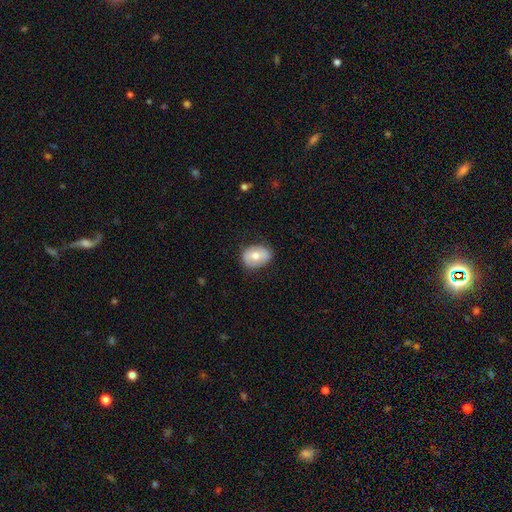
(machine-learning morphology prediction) Q: Smooth or featured?
A: smooth (65%); runner-up: featured or disk (28%)
Q: How rounded?
A: in between (68%); runner-up: round (31%)
Q: Merging?
A: none (78%); runner-up: minor disturbance (17%)